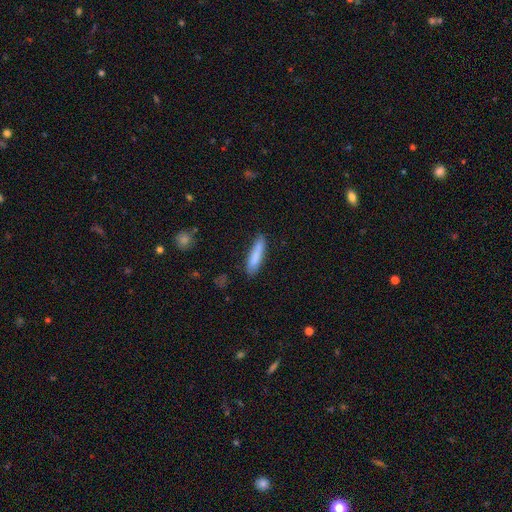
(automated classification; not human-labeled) smooth_or_featured: smooth (p=0.83) [alt: featured or disk p=0.11]
how_rounded: cigar-shaped (p=0.81) [alt: in between p=0.17]
merging: none (p=0.80) [alt: minor disturbance p=0.15]